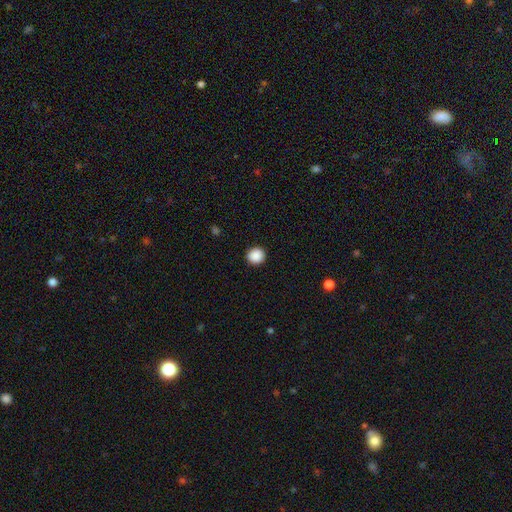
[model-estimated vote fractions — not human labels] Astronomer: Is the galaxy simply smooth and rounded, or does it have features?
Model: smooth — 89%.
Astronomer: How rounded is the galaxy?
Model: round — 93%.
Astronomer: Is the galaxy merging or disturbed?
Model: none — 93%.